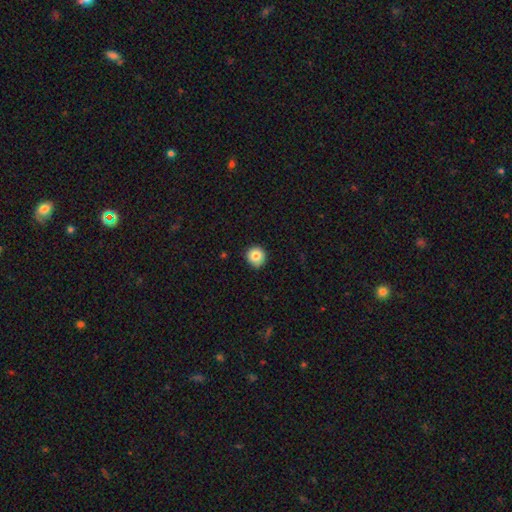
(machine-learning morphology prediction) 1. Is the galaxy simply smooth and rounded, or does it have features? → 83% smooth, 9% star or artifact, 7% featured or disk.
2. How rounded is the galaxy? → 94% round, 5% in between, 1% cigar-shaped.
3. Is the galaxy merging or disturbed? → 87% none, 10% minor disturbance, 2% major disturbance, 1% merger.